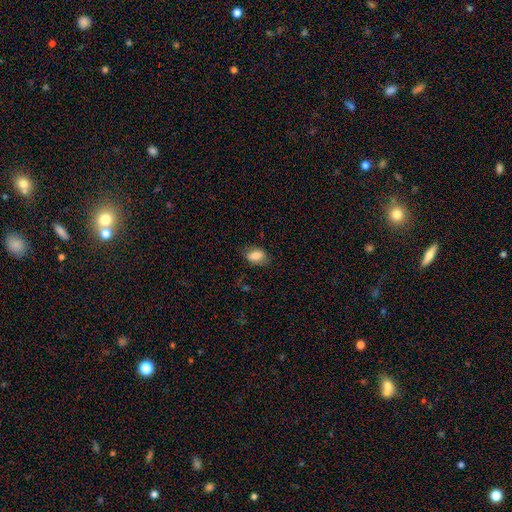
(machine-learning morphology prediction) smooth-or-featured: smooth: 83% | featured or disk: 9% | star or artifact: 8%
  how-rounded: in between: 86% | round: 11% | cigar-shaped: 3%
  merging: none: 71% | minor disturbance: 22% | major disturbance: 6% | merger: 1%